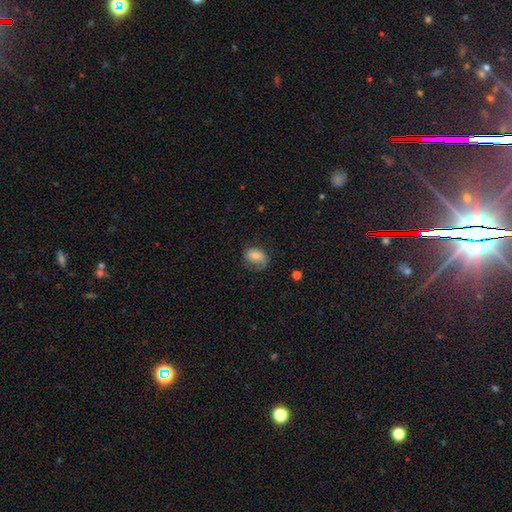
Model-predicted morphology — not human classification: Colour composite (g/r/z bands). It shows a smooth galaxy with no disk features (66%) that is in between round and cigar-shaped (67%). Merging: none (56%).